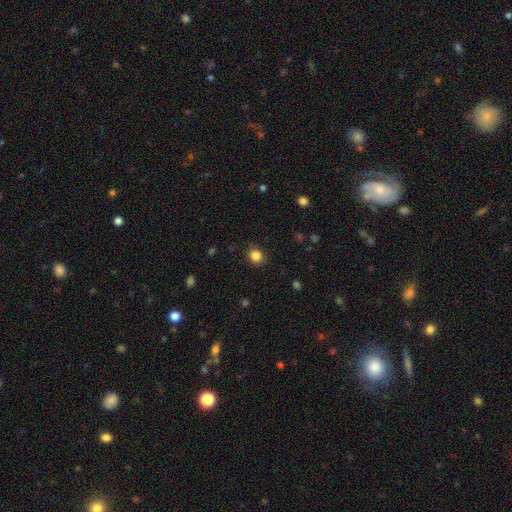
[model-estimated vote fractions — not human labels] smooth_or_featured: smooth (p=0.85) [alt: star or artifact p=0.11]
how_rounded: round (p=0.82) [alt: in between p=0.17]
merging: none (p=0.89) [alt: minor disturbance p=0.08]